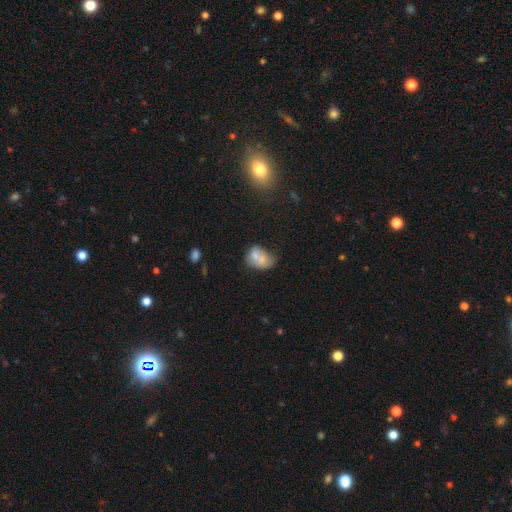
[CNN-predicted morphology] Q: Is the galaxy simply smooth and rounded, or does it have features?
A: smooth — 66%.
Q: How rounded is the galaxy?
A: in between — 69%.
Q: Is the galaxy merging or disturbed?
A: merger — 51%.